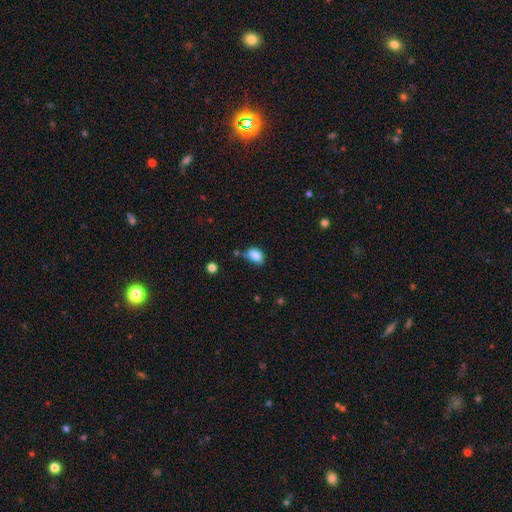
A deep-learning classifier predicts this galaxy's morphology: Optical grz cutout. It shows a smooth galaxy with no disk features (79%) that is in between round and cigar-shaped (73%). Merging: none (56%).